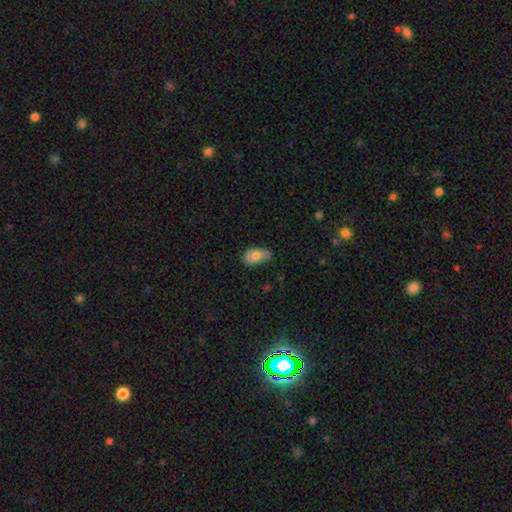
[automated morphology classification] Smooth or featured? Predicted: smooth (p=0.70). How rounded? Predicted: in between (p=0.91). Merging? Predicted: none (p=0.60).